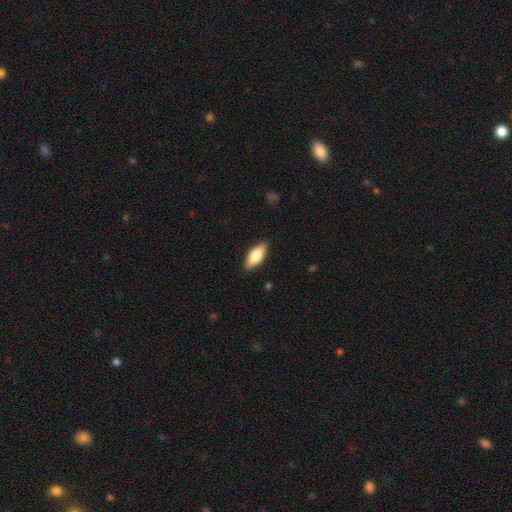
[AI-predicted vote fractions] Overall: smooth (74%). How rounded: in between (79%). Merging: none (88%).